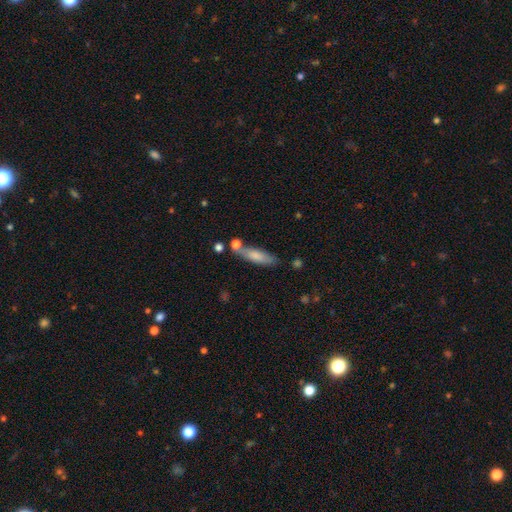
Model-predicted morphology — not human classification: The model was most divided on "how rounded": cigar-shaped: 69%, in between: 29%, round: 2%. More confident: smooth or featured — smooth (73%); merging — none (66%).